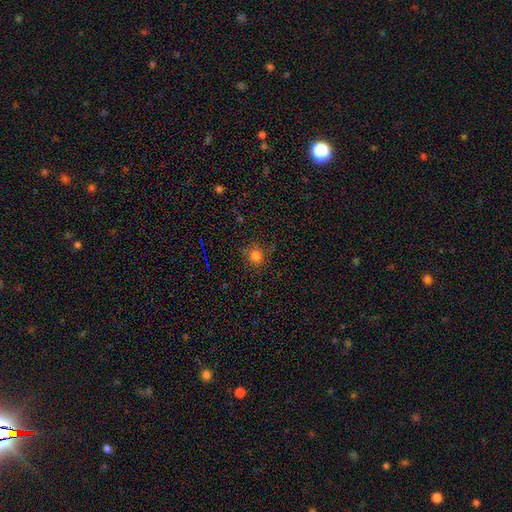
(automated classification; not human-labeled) smooth 74%, star or artifact 20%, featured or disk 6%. Down the decision tree: how rounded — round (86%); merging — none (81%).